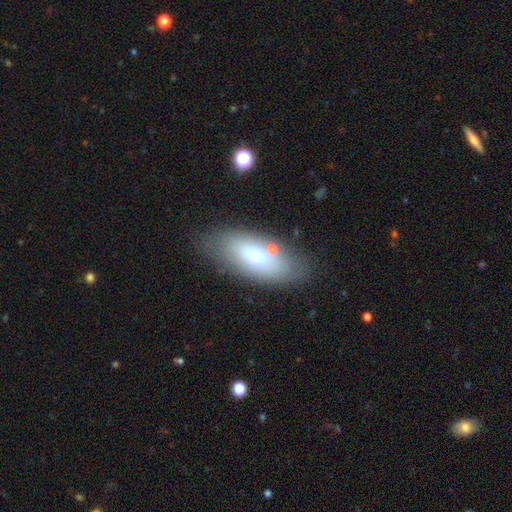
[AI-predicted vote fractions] smooth 65%, featured or disk 27%, star or artifact 9%. Down the decision tree: how rounded — in between (85%); merging — none (74%).